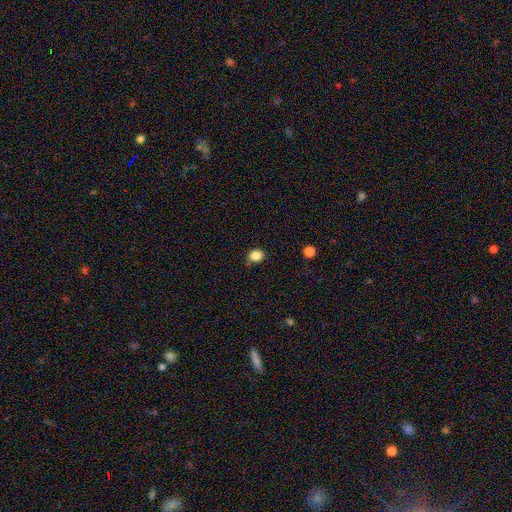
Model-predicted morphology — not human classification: The model was most divided on "how rounded": round: 59%, in between: 40%, cigar-shaped: 1%. More confident: smooth or featured — smooth (85%); merging — none (76%).